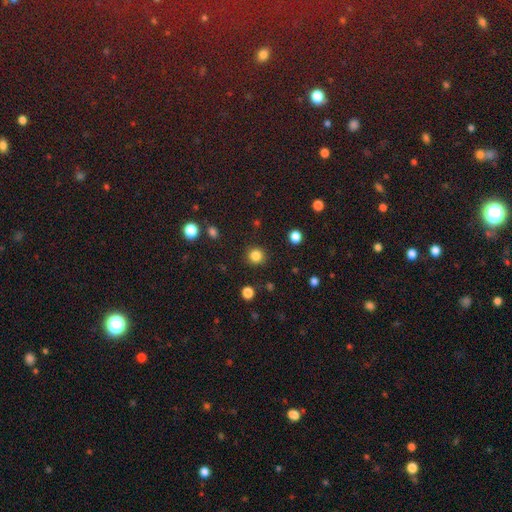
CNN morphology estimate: This is clearly a smooth galaxy (84%). How rounded: clearly round (93%). Merging: clearly none (90%).